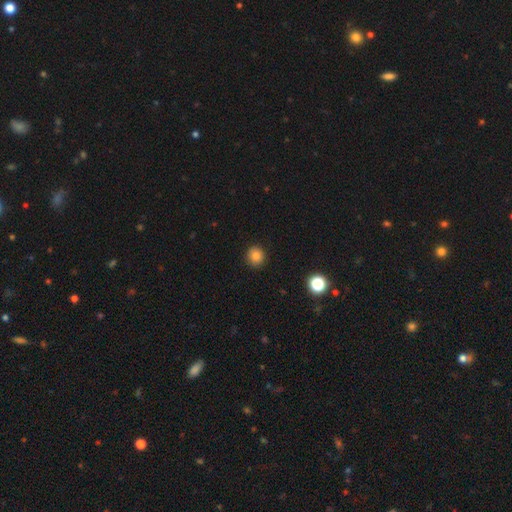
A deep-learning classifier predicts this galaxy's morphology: Overall: smooth (84%). How rounded: round (89%). Merging: none (91%).